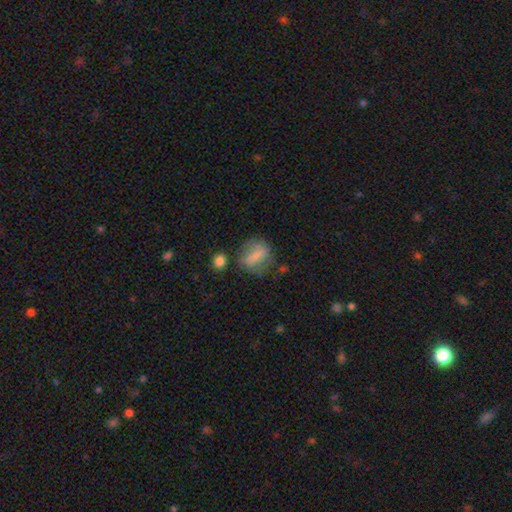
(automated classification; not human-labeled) A smooth galaxy with no disk features (62%) that is in between round and cigar-shaped (48%). Merging: none (63%).